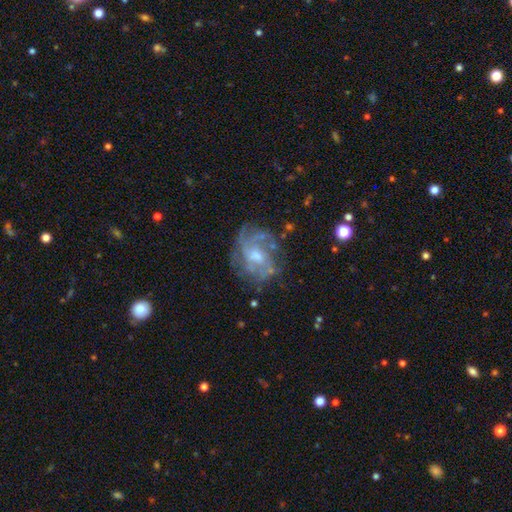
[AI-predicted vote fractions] This appears to be a featured or disk galaxy (75%) with no bar (59%), tight (41%) spiral arms (77%) and a moderate central bulge (54%). Merging: none (63%).